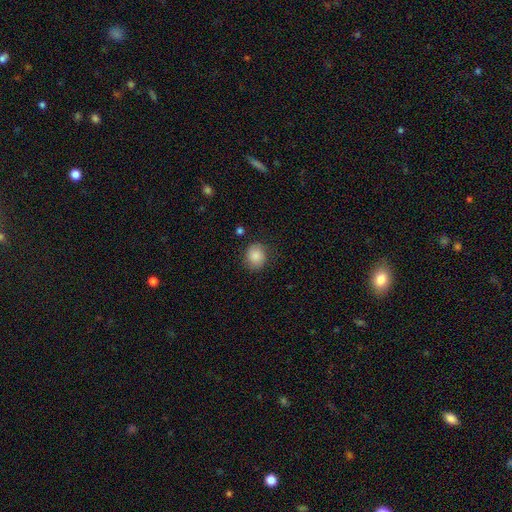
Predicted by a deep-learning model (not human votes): A smooth galaxy with no disk features (87%) that is round (73%).

Vote fractions:
- Smooth or featured? smooth: 87% / star or artifact: 8% / featured or disk: 5%
- How rounded? round: 73% / in between: 26% / cigar-shaped: 1%
- Merging? none: 81% / minor disturbance: 13% / major disturbance: 4% / merger: 2%